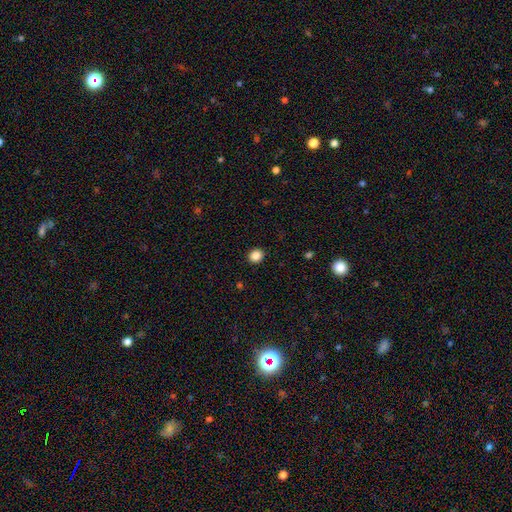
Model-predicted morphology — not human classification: Smooth or featured?
  - smooth: 86% *
  - star or artifact: 10%
  - featured or disk: 3%
How rounded?
  - round: 80% *
  - in between: 19%
  - cigar-shaped: 1%
Merging?
  - none: 92% *
  - minor disturbance: 6%
  - major disturbance: 2%
  - merger: 1%